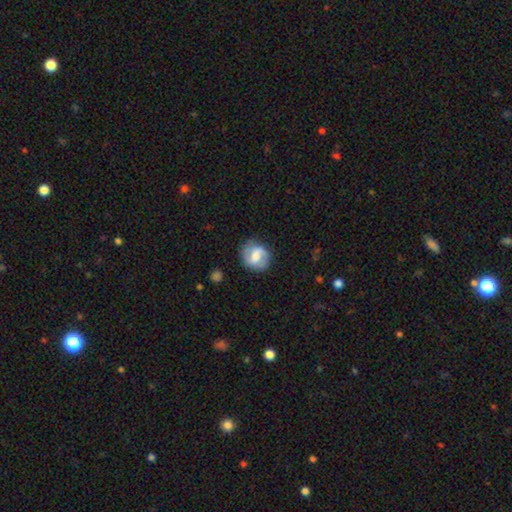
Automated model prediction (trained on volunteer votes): smooth_or_featured: featured or disk (p=0.56) [alt: smooth p=0.37]
disk_edge_on: no (p=0.97) [alt: yes p=0.03]
bar: weak (p=0.48) [alt: strong p=0.34]
has_spiral_arms: yes (p=0.78) [alt: no p=0.22]
bulge_size: moderate (p=0.56) [alt: small p=0.26]
merging: none (p=0.78) [alt: minor disturbance p=0.15]